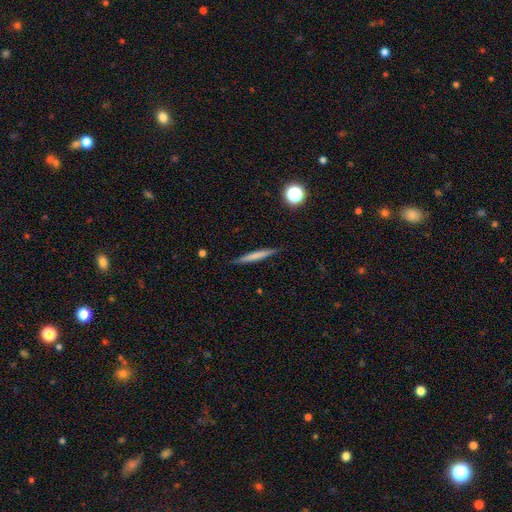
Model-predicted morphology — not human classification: A smooth galaxy with no disk features (63%) that is cigar-shaped (95%).

Vote fractions:
- Smooth or featured? smooth: 63% / featured or disk: 30% / star or artifact: 7%
- How rounded? cigar-shaped: 95% / in between: 3% / round: 2%
- Merging? none: 88% / minor disturbance: 9% / major disturbance: 2% / merger: 1%